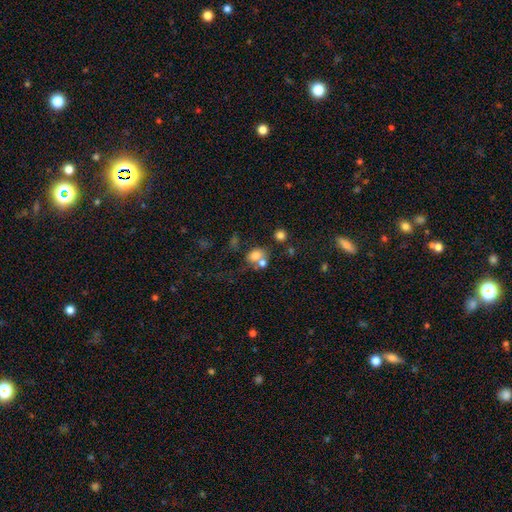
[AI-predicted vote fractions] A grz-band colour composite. It shows a smooth galaxy with no disk features (74%) that is in between round and cigar-shaped (58%). Merging: merger (41%).